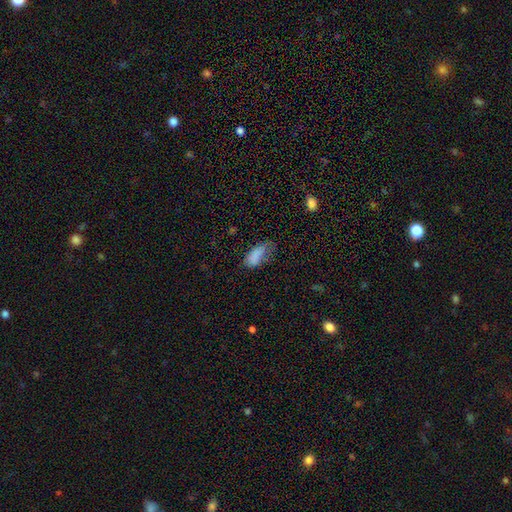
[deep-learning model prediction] smooth-or-featured: smooth: 79% | featured or disk: 11% | star or artifact: 9%
  how-rounded: in between: 87% | cigar-shaped: 10% | round: 3%
  merging: minor disturbance: 36% | none: 31% | major disturbance: 29% | merger: 4%